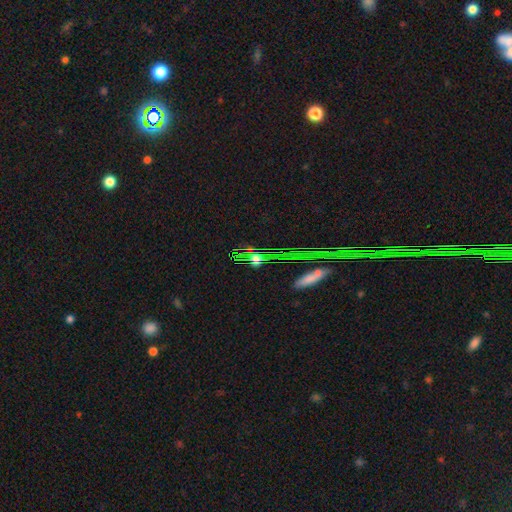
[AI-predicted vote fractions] This appears to be a star or artifact, not a galaxy (56%).